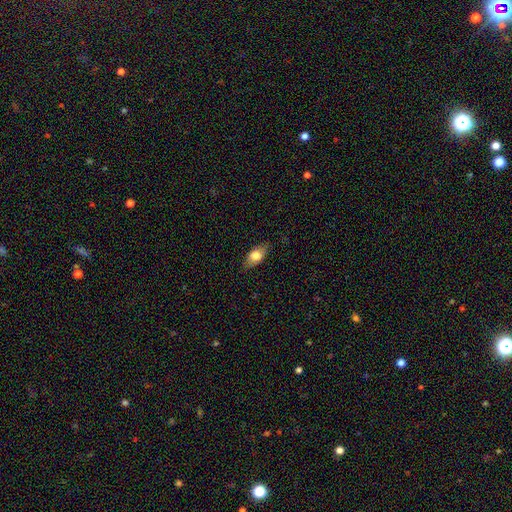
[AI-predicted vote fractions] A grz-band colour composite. It shows a smooth galaxy with no disk features (74%) that is in between round and cigar-shaped (87%). Merging: none (83%).